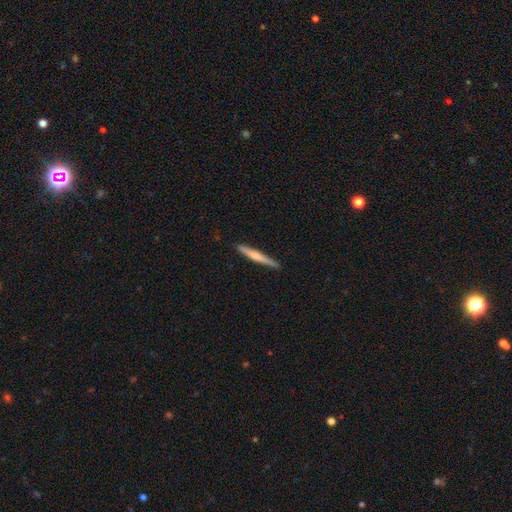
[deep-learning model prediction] Morphology: type=smooth (53%); roundness=cigar-shaped (96%); merging=none (89%).